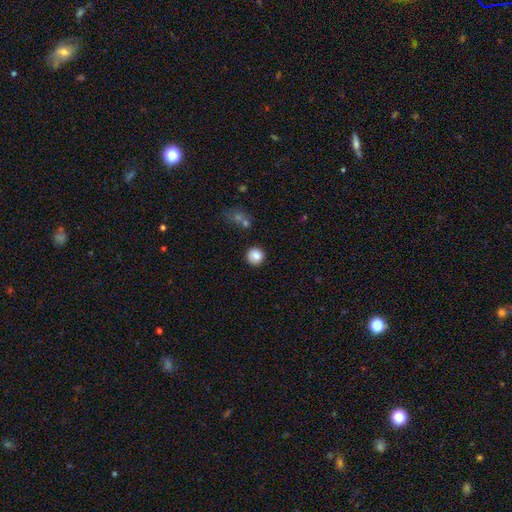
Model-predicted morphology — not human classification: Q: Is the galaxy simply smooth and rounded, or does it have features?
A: smooth — 84%.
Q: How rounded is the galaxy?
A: round — 93%.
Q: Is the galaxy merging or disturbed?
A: none — 84%.